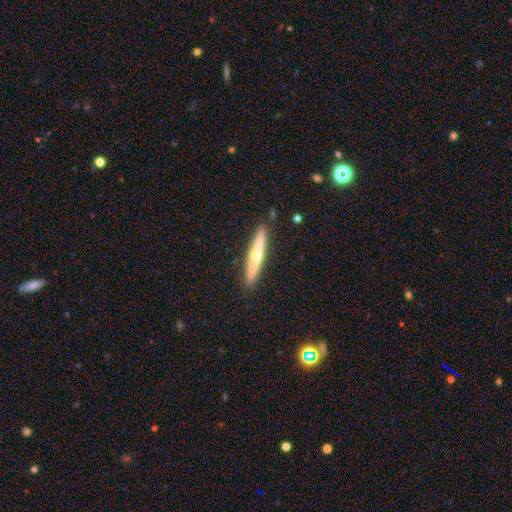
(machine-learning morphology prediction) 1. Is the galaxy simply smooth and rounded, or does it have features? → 57% featured or disk, 38% smooth, 6% star or artifact.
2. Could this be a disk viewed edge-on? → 96% yes, 4% no.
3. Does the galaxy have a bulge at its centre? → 86% rounded, 12% none, 2% boxy.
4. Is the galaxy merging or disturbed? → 90% none, 8% minor disturbance, 1% major disturbance, 1% merger.